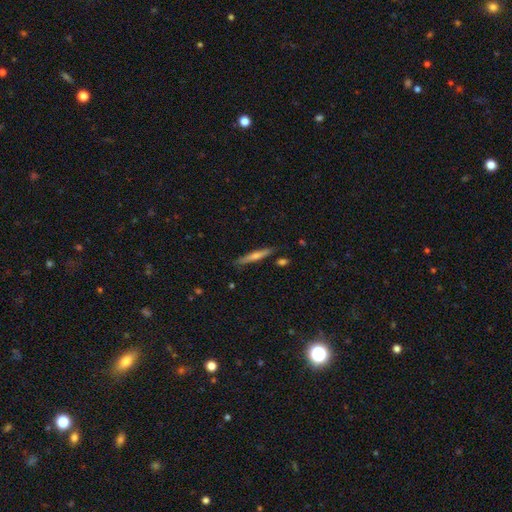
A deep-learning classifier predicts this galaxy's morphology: Overall: featured or disk (55%; smooth 37%). Edge-on disk: yes (95%). Edge-on bulge: rounded (68%). Merging: none (86%).